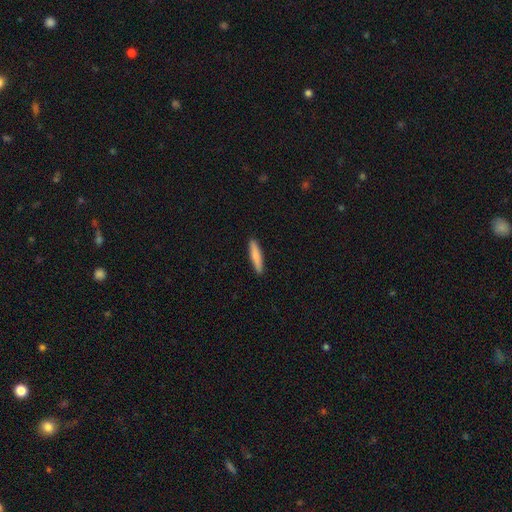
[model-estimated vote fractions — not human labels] smooth-or-featured: smooth: 79% | featured or disk: 16% | star or artifact: 5%
  how-rounded: cigar-shaped: 88% | in between: 10% | round: 1%
  merging: none: 91% | minor disturbance: 6% | major disturbance: 1% | merger: 1%